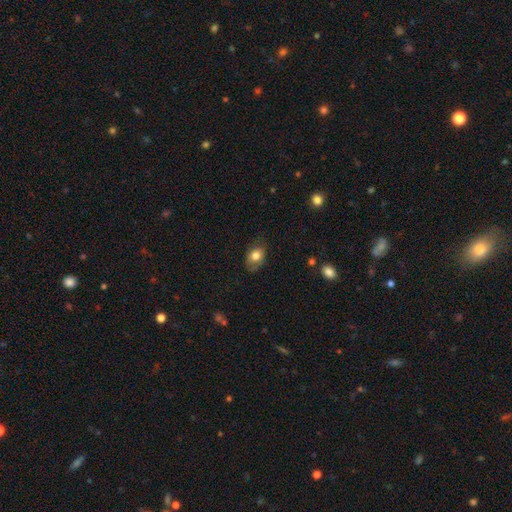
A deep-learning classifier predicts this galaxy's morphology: Smooth or featured?
  - smooth: 73% *
  - featured or disk: 19%
  - star or artifact: 8%
How rounded?
  - in between: 78% *
  - round: 21%
  - cigar-shaped: 1%
Merging?
  - none: 64% *
  - minor disturbance: 26%
  - major disturbance: 9%
  - merger: 1%